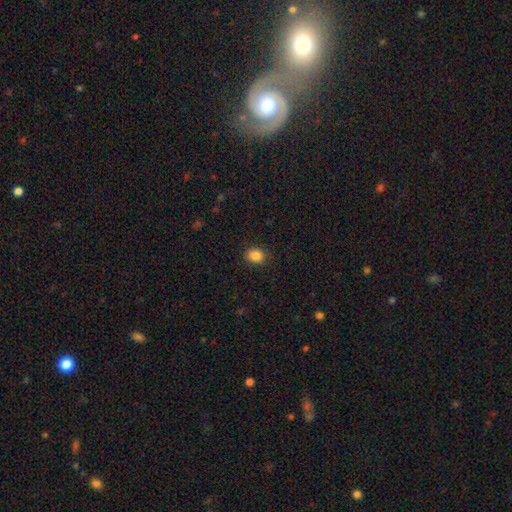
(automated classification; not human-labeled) Smooth or featured?
  - smooth: 86% *
  - star or artifact: 10%
  - featured or disk: 4%
How rounded?
  - round: 52% *
  - in between: 47%
  - cigar-shaped: 1%
Merging?
  - none: 89% *
  - minor disturbance: 8%
  - major disturbance: 2%
  - merger: 1%